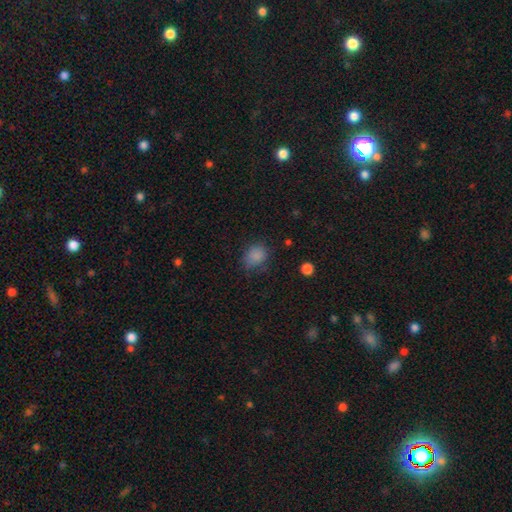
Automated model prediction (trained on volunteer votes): Morphology: type=smooth (84%); roundness=in between (53%); merging=none (68%).